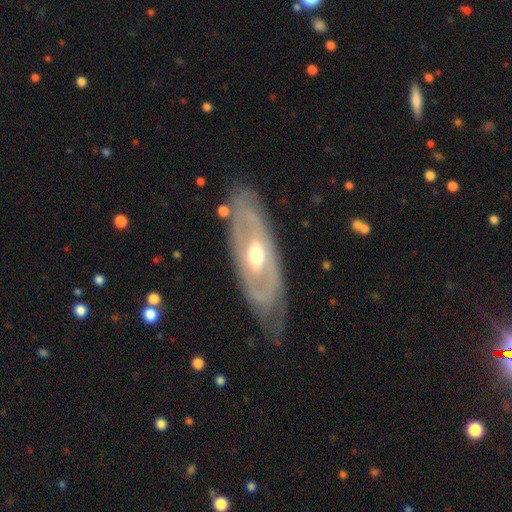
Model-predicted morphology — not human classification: This appears to be a featured or disk galaxy (75%) with no bar (63%), no spiral arms (53%) and a moderate central bulge (71%). Merging: none (75%).